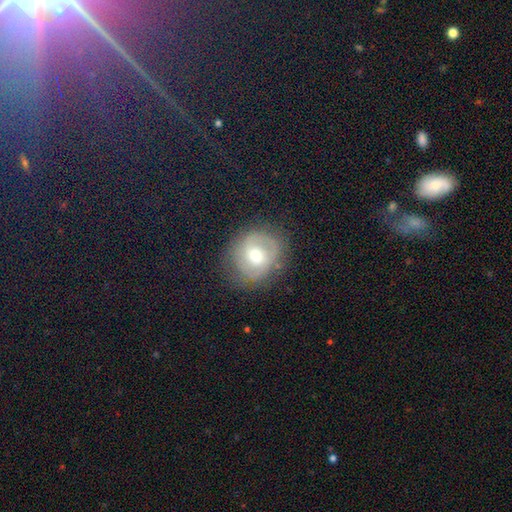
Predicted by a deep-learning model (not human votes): featured or disk 52%, smooth 39%, star or artifact 8%. Down the decision tree: edge-on disk — no (96%); bar — no (48%); spiral arms — yes (61%); bulge size — moderate (65%); merging — none (72%).